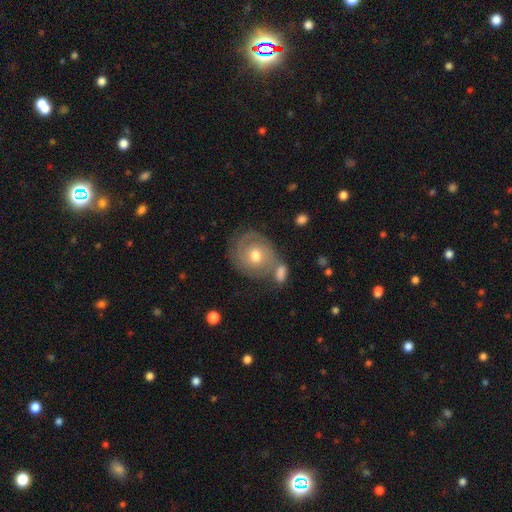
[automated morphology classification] This is possibly a featured or disk galaxy (59%). It is clearly not viewed edge-on (96%). Bar: likely no (76%). Spiral arm pattern: likely yes (77%). Central bulge: likely moderate (77%). Merging: possibly none (56%).